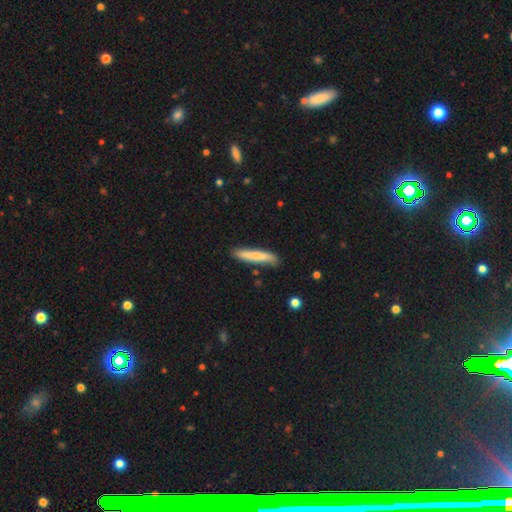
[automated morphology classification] smooth-or-featured: smooth: 75% | featured or disk: 20% | star or artifact: 5%
  how-rounded: cigar-shaped: 93% | in between: 6% | round: 1%
  merging: none: 84% | minor disturbance: 12% | major disturbance: 2% | merger: 2%